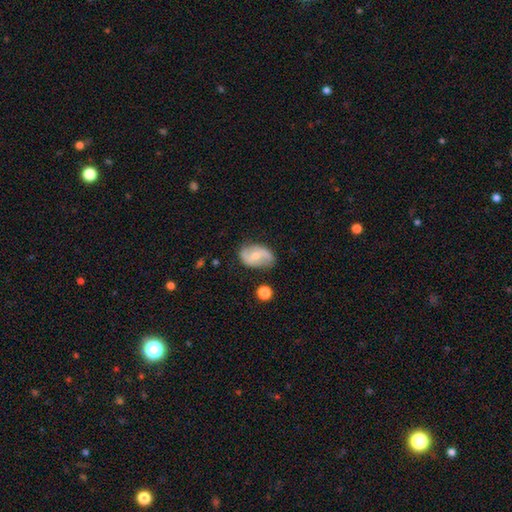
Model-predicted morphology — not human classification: featured or disk 60%, smooth 33%, star or artifact 6%. Down the decision tree: edge-on disk — no (96%); bar — no (48%); spiral arms — yes (81%); bulge size — moderate (50%); merging — none (71%).